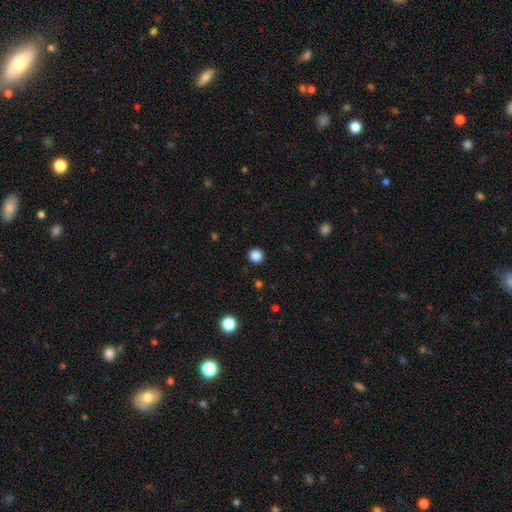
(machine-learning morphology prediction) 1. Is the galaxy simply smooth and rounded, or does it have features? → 86% smooth, 11% star or artifact, 3% featured or disk.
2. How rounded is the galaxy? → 94% round, 5% in between, 1% cigar-shaped.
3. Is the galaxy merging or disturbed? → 93% none, 4% minor disturbance, 2% major disturbance, 1% merger.